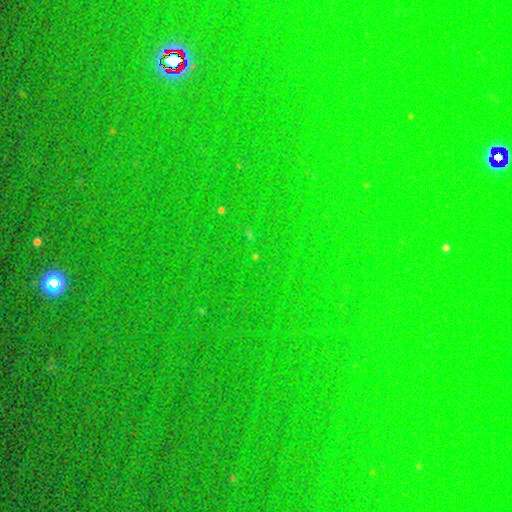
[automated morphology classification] Overall: star or artifact (79%).